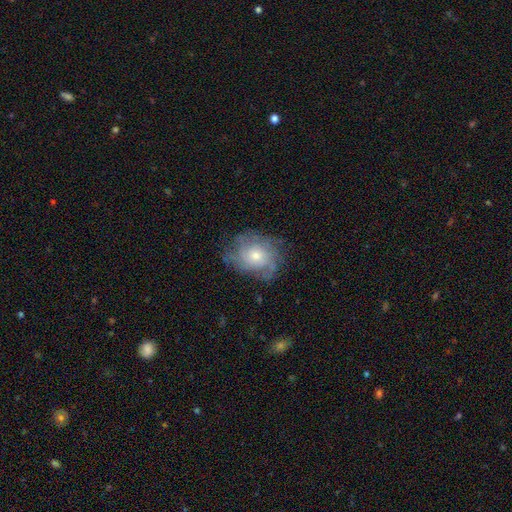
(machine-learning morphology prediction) A featured or disk galaxy (68%) with no bar (83%), tight (52%) spiral arms (87%) and a small central bulge (48%). Merging: none (70%).